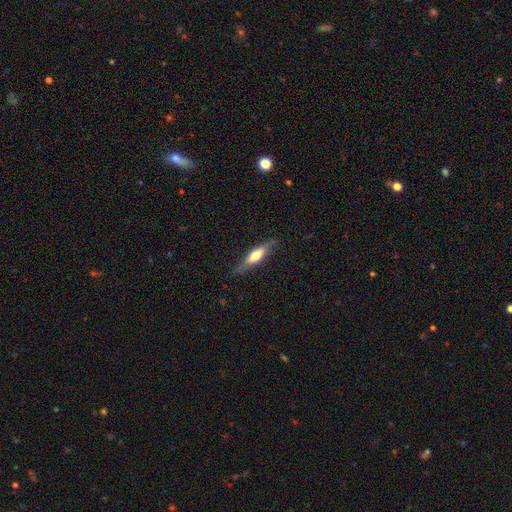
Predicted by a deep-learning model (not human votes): Morphology: type=smooth (48%); merging=none (79%).